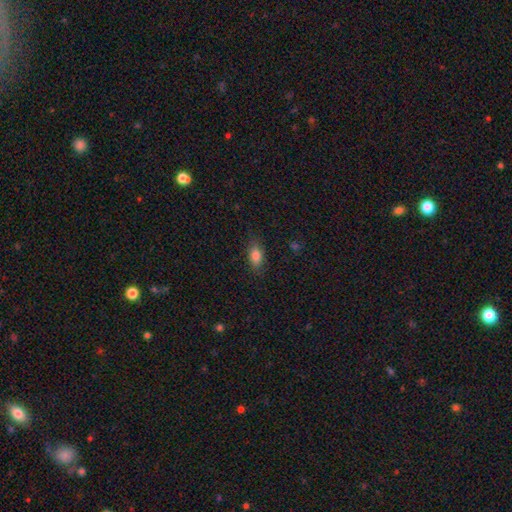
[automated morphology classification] smooth-or-featured: smooth: 82% | featured or disk: 9% | star or artifact: 9%
  how-rounded: in between: 85% | cigar-shaped: 9% | round: 6%
  merging: none: 83% | minor disturbance: 13% | major disturbance: 3% | merger: 1%